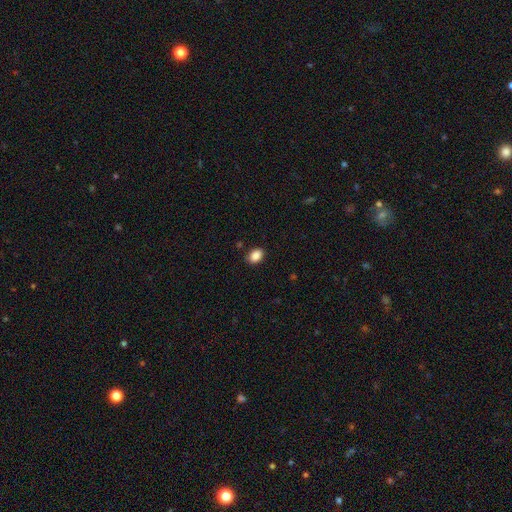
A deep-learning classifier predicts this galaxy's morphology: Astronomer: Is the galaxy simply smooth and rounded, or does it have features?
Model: smooth — 88%.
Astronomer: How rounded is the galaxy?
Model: in between — 78%.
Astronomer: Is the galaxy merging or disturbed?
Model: none — 87%.